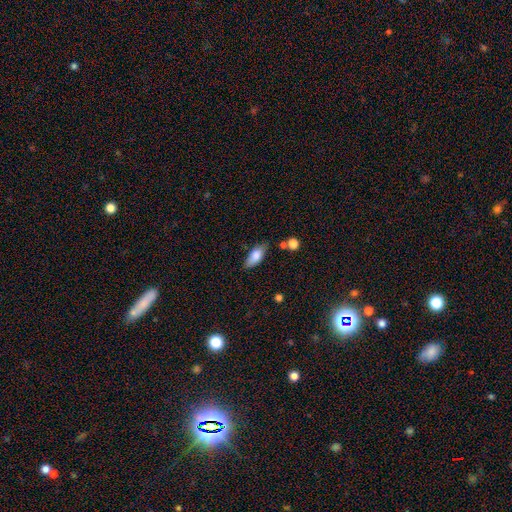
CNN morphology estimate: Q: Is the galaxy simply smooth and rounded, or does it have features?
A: smooth — 78%.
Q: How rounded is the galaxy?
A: in between — 81%.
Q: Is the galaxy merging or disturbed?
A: none — 68%.